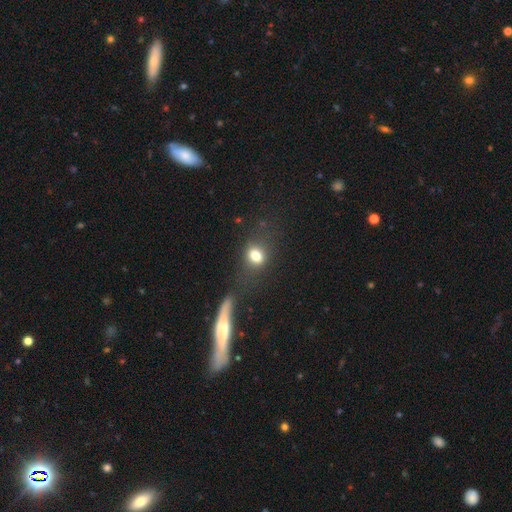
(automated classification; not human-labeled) This appears to be a smooth galaxy with no disk features (76%) that is in between round and cigar-shaped (56%). Merging: none (58%).